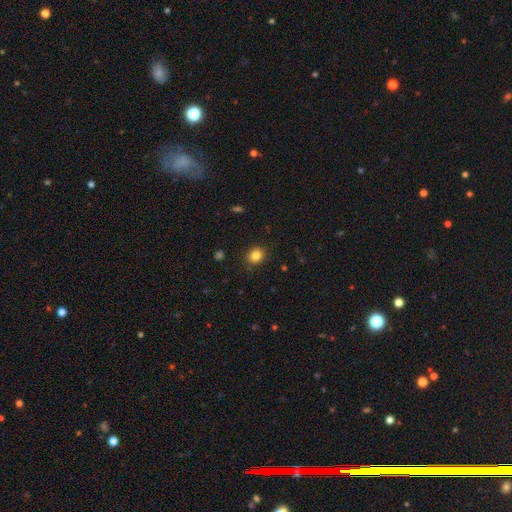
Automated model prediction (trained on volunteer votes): Q: Smooth or featured?
A: smooth (84%); runner-up: star or artifact (11%)
Q: How rounded?
A: round (77%); runner-up: in between (22%)
Q: Merging?
A: none (89%); runner-up: minor disturbance (8%)